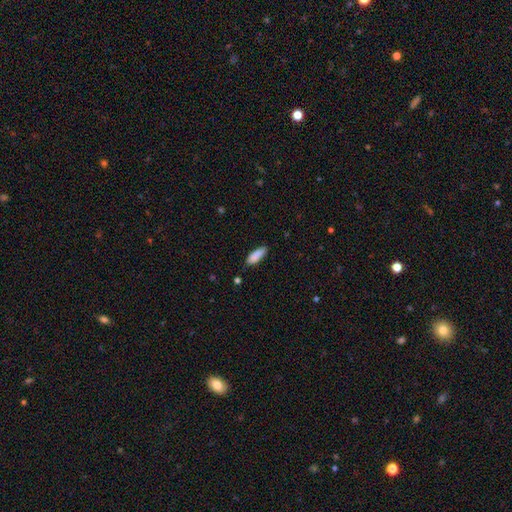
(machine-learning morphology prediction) Q: Smooth or featured?
A: smooth (88%); runner-up: star or artifact (6%)
Q: How rounded?
A: in between (62%); runner-up: cigar-shaped (36%)
Q: Merging?
A: none (80%); runner-up: minor disturbance (16%)